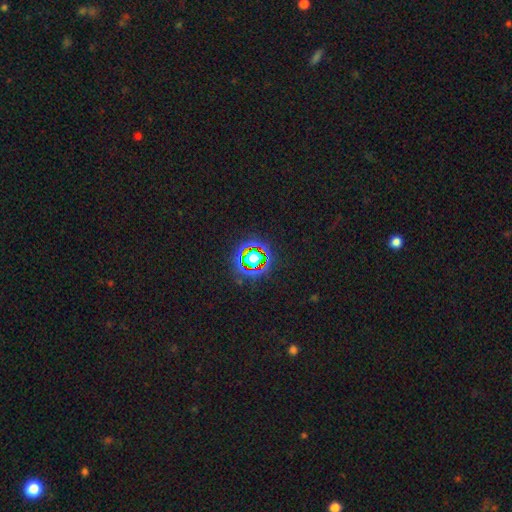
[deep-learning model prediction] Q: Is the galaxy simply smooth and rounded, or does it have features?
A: star or artifact — 76%.